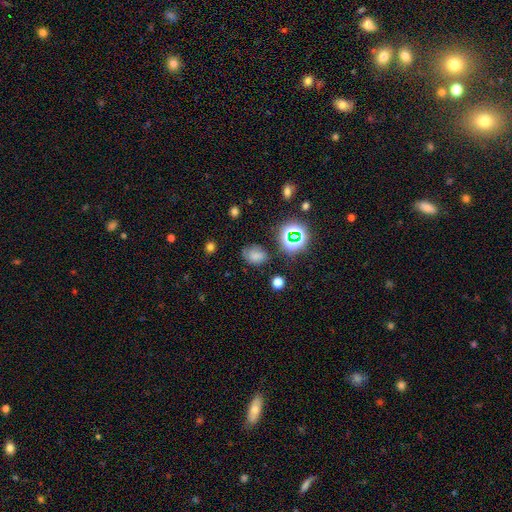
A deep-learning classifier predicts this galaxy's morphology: The model was most divided on "how rounded": in between: 64%, round: 34%, cigar-shaped: 1%. More confident: merging — none (66%); smooth or featured — smooth (65%).